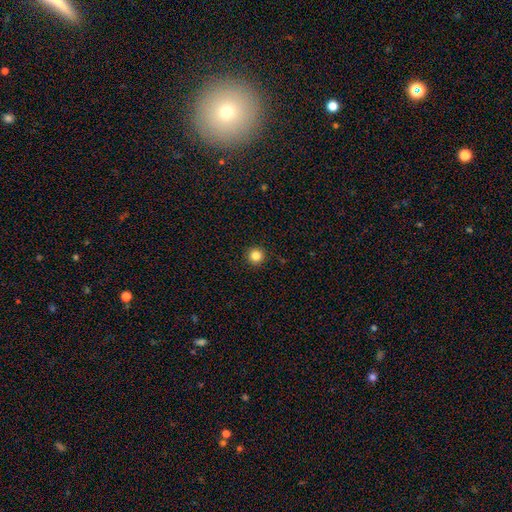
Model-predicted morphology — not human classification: Q: Smooth or featured?
A: smooth (84%); runner-up: star or artifact (12%)
Q: How rounded?
A: round (96%); runner-up: in between (3%)
Q: Merging?
A: none (93%); runner-up: minor disturbance (5%)